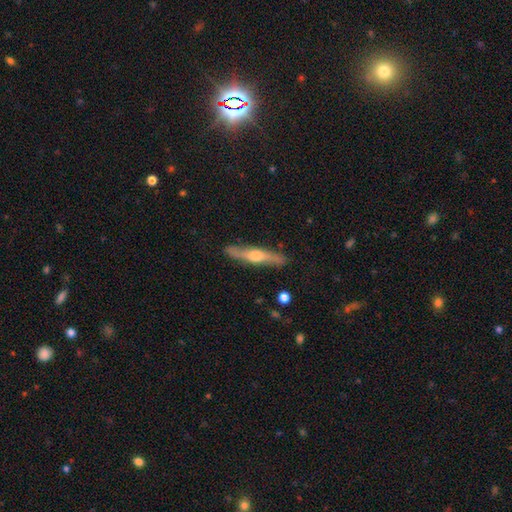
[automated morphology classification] This is likely a featured or disk galaxy (62%). It is clearly viewed edge-on (89%). Edge-on bulge: clearly rounded (88%). Merging: clearly none (86%).